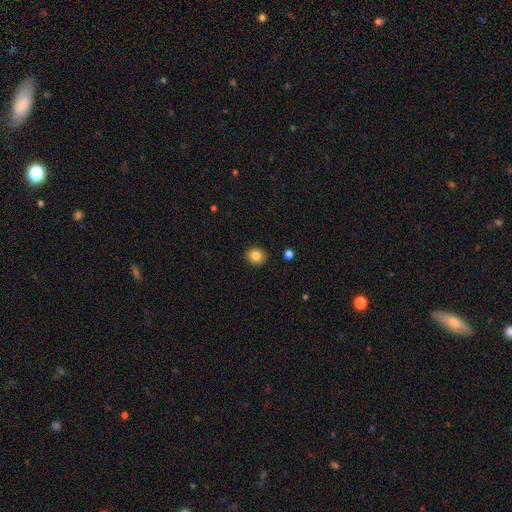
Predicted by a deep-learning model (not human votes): A smooth galaxy with no disk features (84%) that is round (83%).

Vote fractions:
- Smooth or featured? smooth: 84% / star or artifact: 10% / featured or disk: 6%
- How rounded? round: 83% / in between: 16% / cigar-shaped: 1%
- Merging? none: 91% / minor disturbance: 6% / major disturbance: 2% / merger: 1%